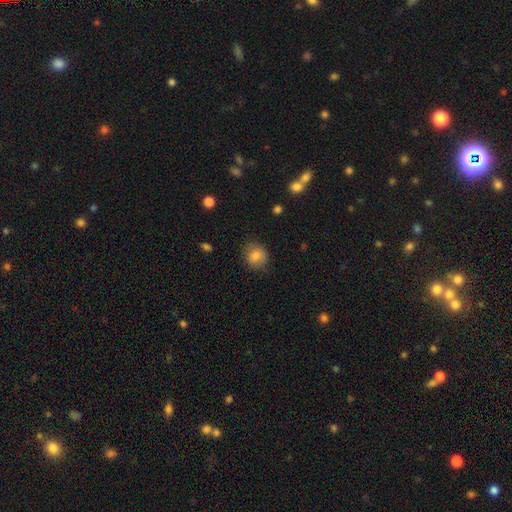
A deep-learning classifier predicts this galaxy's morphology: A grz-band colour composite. It shows a smooth galaxy with no disk features (83%) that is round (78%). Merging: none (82%).